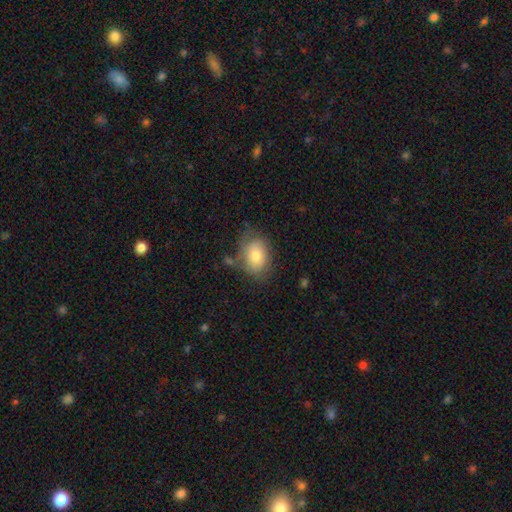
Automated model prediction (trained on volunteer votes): Morphology: type=smooth (76%); roundness=in between (69%); merging=none (63%).